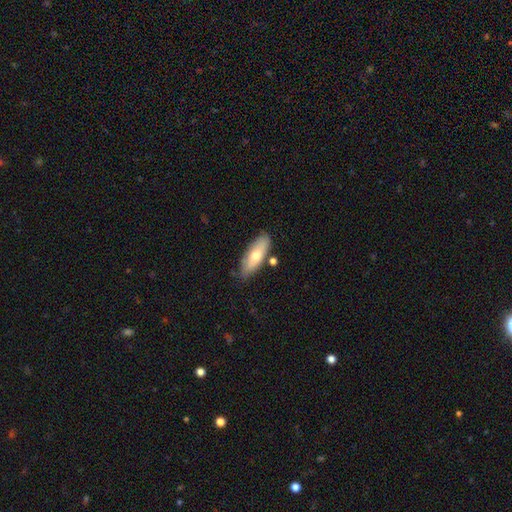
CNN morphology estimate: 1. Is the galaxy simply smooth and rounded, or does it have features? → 66% smooth, 28% featured or disk, 6% star or artifact.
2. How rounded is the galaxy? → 68% in between, 29% cigar-shaped, 3% round.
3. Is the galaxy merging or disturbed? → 77% none, 14% minor disturbance, 6% merger, 3% major disturbance.